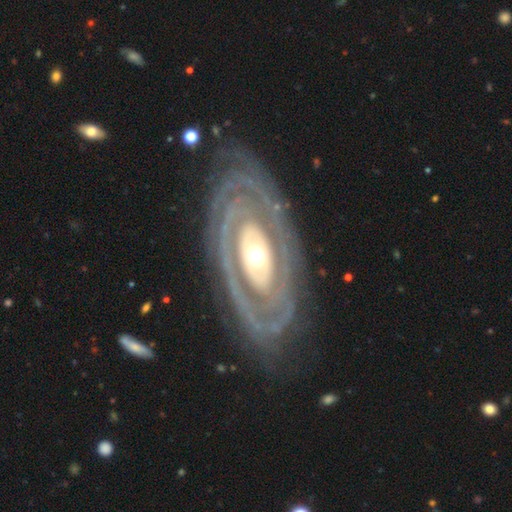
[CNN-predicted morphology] Smooth or featured? featured or disk (85%)
Edge-on disk? no (91%)
Bar? no (78%)
Spiral arms? yes (72%)
Spiral winding? tight (77%)
Spiral arm count? can't tell (39%)
Bulge size? moderate (65%)
Merging? none (77%)